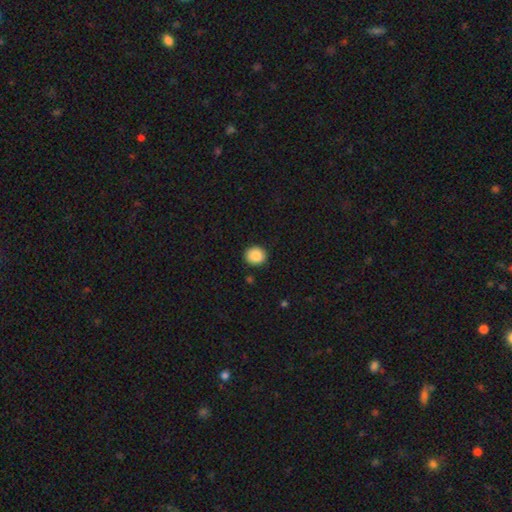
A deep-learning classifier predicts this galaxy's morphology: A smooth galaxy with no disk features (87%) that is round (84%). Merging: none (91%).